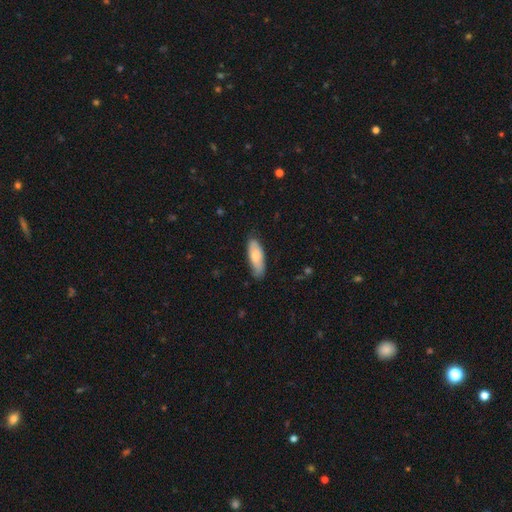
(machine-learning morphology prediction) smooth-or-featured: smooth: 74% | featured or disk: 20% | star or artifact: 6%
  how-rounded: in between: 64% | cigar-shaped: 34% | round: 2%
  merging: none: 76% | minor disturbance: 19% | major disturbance: 3% | merger: 1%